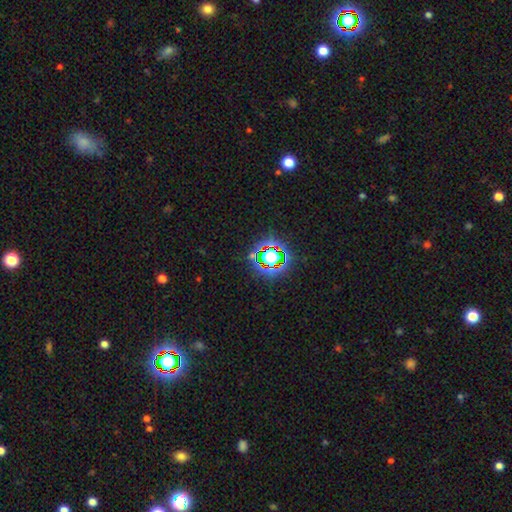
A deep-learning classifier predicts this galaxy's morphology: A star or artifact, not a galaxy (76%).

Vote fractions:
- Smooth or featured? star or artifact: 76% / smooth: 15% / featured or disk: 9%